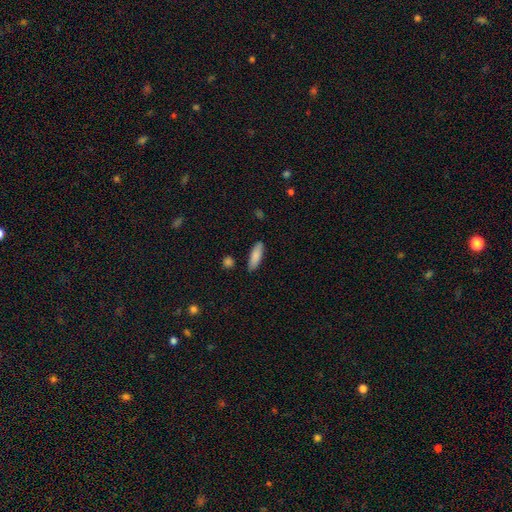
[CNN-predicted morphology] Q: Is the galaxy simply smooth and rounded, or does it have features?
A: smooth — 85%.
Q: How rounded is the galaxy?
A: in between — 53%.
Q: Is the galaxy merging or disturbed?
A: none — 84%.